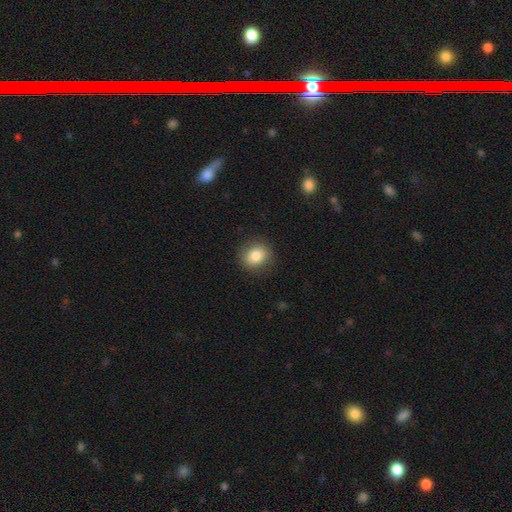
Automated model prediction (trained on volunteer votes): Overall: smooth (83%). How rounded: round (68%; in between 31%). Merging: none (87%).